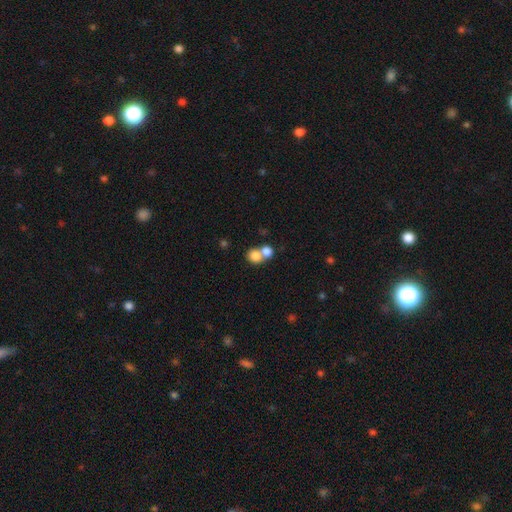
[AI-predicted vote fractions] Smooth or featured: smooth — 80% (star or artifact — 10%)
How rounded: round — 72% (in between — 27%)
Merging: merger — 58% (none — 33%)